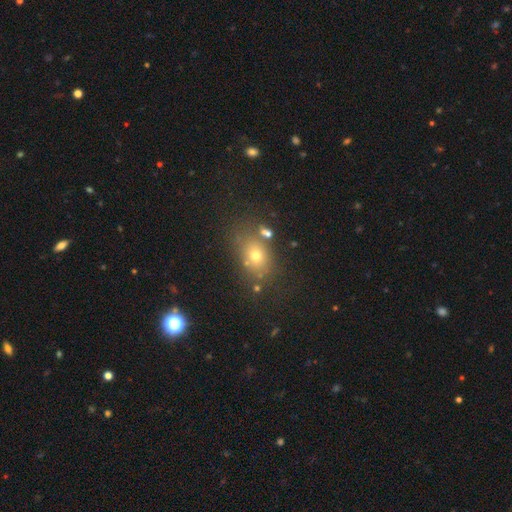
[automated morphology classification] type=smooth (67%); roundness=in between (58%); merging=none (71%).